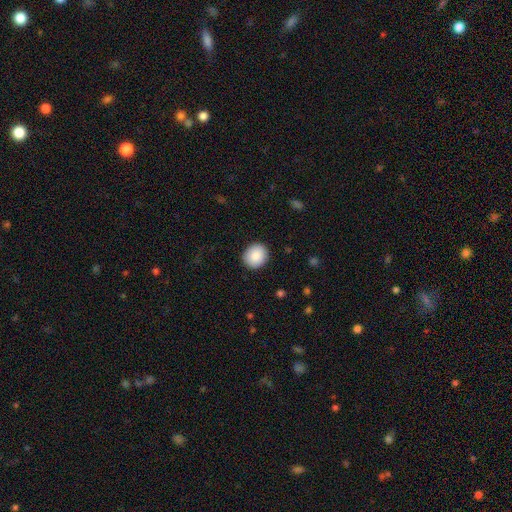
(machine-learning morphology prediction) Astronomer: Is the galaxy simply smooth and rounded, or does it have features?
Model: smooth — 89%.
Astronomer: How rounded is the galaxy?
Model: round — 79%.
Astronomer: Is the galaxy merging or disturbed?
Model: none — 90%.